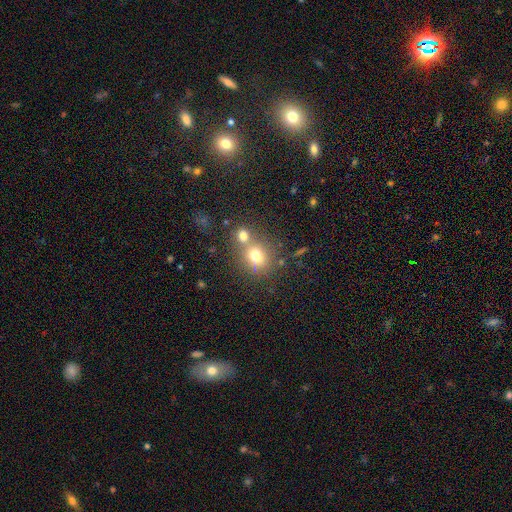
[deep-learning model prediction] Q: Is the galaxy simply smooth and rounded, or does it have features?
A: smooth — 71%.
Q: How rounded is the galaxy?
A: round — 78%.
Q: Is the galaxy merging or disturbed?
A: none — 53%.